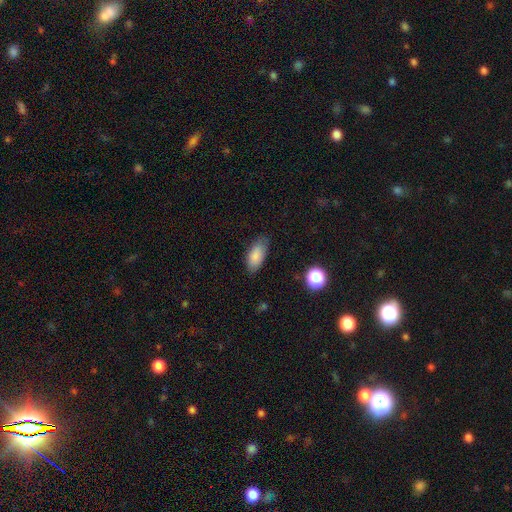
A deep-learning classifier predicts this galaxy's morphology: This appears to be a smooth galaxy with no disk features (85%) that is in between round and cigar-shaped (88%). Merging: none (79%).